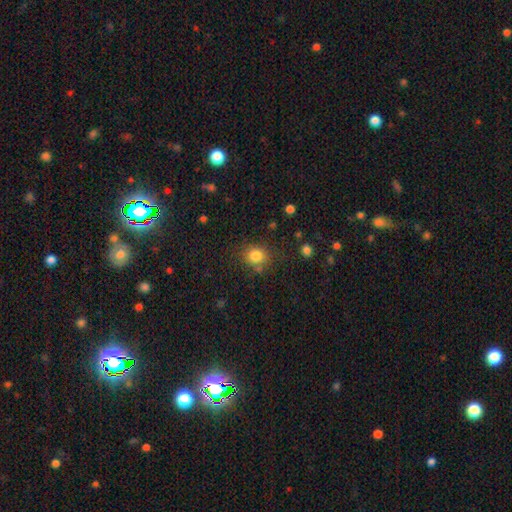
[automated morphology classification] This is clearly a smooth galaxy (82%). How rounded: likely round (66%). Merging: likely none (76%).